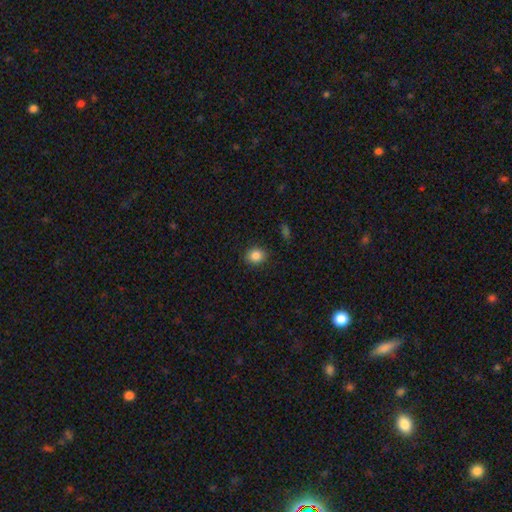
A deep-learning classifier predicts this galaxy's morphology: This appears to be a smooth galaxy with no disk features (85%) that is round (64%). Merging: none (89%).